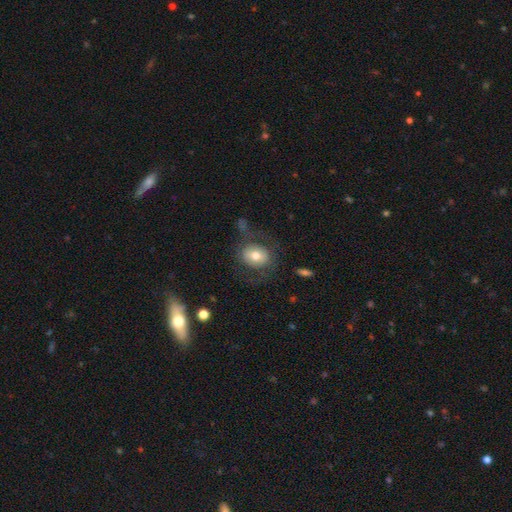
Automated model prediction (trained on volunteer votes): smooth_or_featured: smooth (p=0.63) [alt: featured or disk p=0.29]
how_rounded: round (p=0.50) [alt: in between p=0.49]
merging: none (p=0.60) [alt: major disturbance p=0.20]